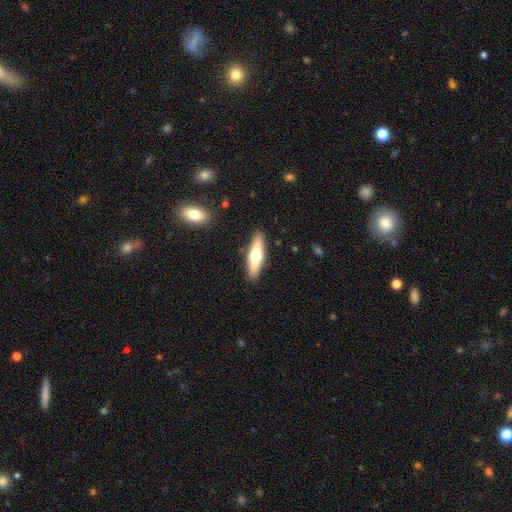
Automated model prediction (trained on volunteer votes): A smooth galaxy with no disk features (52%) that is cigar-shaped (67%).

Vote fractions:
- Smooth or featured? smooth: 52% / featured or disk: 43% / star or artifact: 6%
- How rounded? cigar-shaped: 67% / in between: 31% / round: 2%
- Merging? none: 88% / minor disturbance: 8% / major disturbance: 2% / merger: 2%